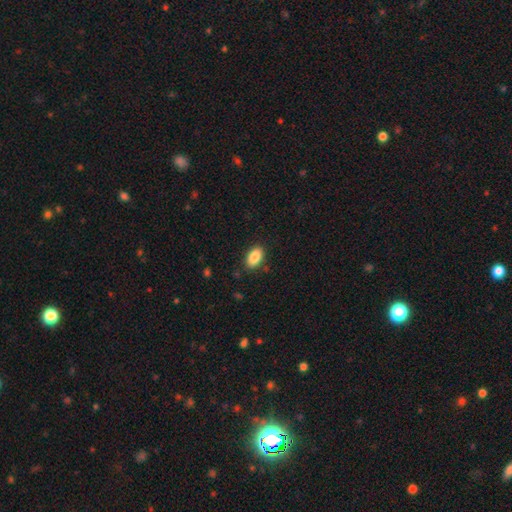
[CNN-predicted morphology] This appears to be a smooth galaxy with no disk features (88%) that is in between round and cigar-shaped (93%). Merging: none (87%).